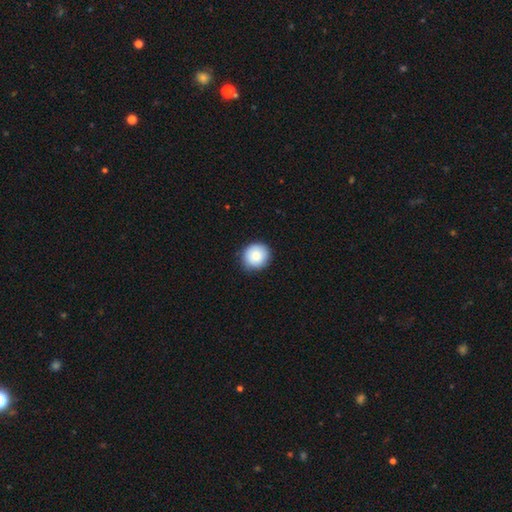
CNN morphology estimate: A smooth galaxy with no disk features (84%) that is round (91%). Merging: none (87%).